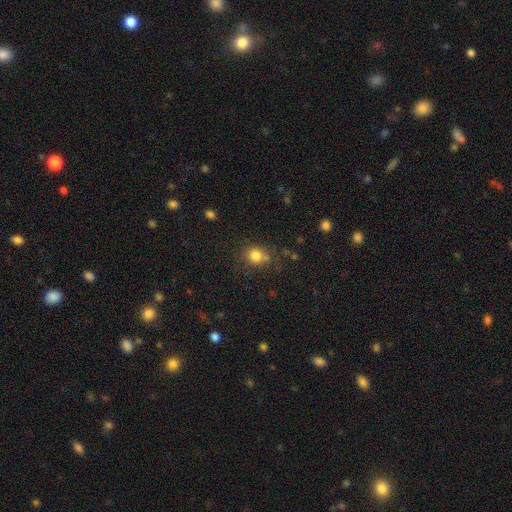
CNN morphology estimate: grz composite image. It shows a smooth galaxy with no disk features (81%) that is round (75%). Merging: none (68%).